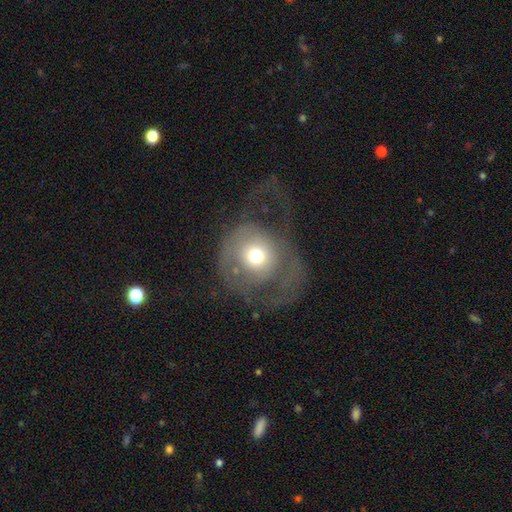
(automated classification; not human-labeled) This appears to be a featured or disk galaxy (49%). Merging: major disturbance (55%).